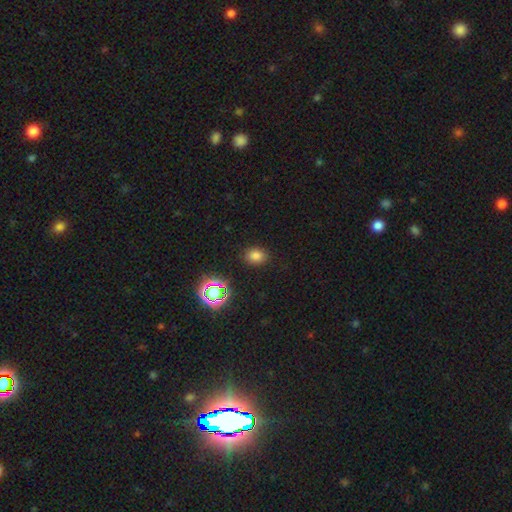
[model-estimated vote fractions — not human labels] Morphology: type=smooth (75%); roundness=in between (57%); merging=none (86%).